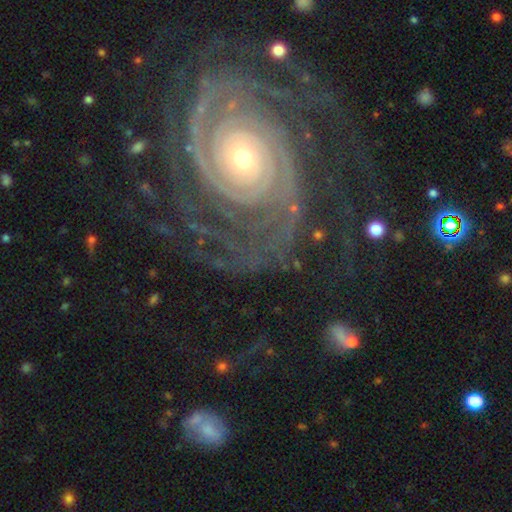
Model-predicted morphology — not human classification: smooth-or-featured: featured or disk: 91% | star or artifact: 6% | smooth: 3%
  disk-edge-on: no: 97% | yes: 3%
    bar: no: 74% | weak: 17% | strong: 9%
    has-spiral-arms: yes: 98% | no: 2%
      spiral-winding: tight: 70% | medium: 25% | loose: 5%
      spiral-arm-count: 2: 46% | 3: 18% | can't tell: 13% | 4: 9% | more than 4: 7% | 1: 7%
    bulge-size: small: 54% | moderate: 40% | large: 4% | dominant: 1% | none: 1%
  merging: none: 71% | minor disturbance: 15% | major disturbance: 12% | merger: 2%